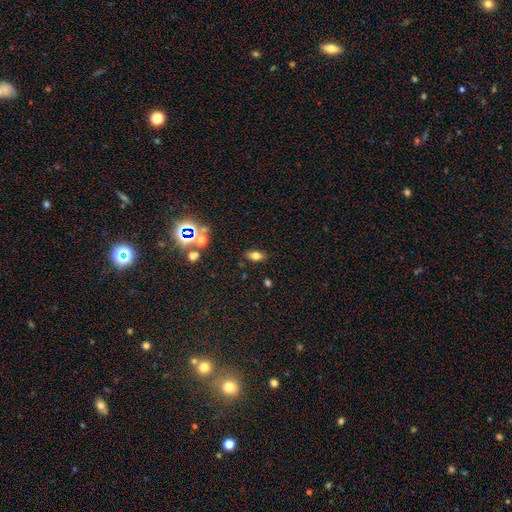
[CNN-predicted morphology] This appears to be a smooth galaxy with no disk features (71%) that is in between round and cigar-shaped (85%). Merging: none (85%).